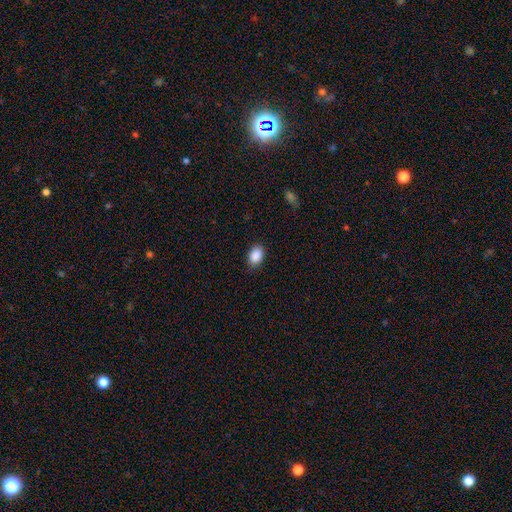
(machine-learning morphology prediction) Overall: smooth (89%). How rounded: in between (81%). Merging: none (83%).